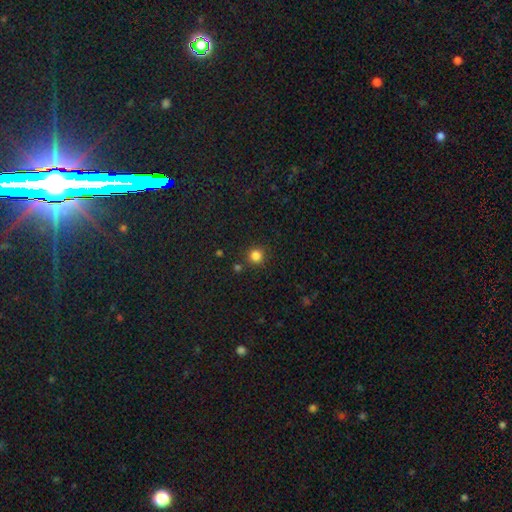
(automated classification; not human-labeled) Q: Smooth or featured?
A: smooth (83%); runner-up: star or artifact (13%)
Q: How rounded?
A: round (94%); runner-up: in between (5%)
Q: Merging?
A: none (87%); runner-up: minor disturbance (7%)